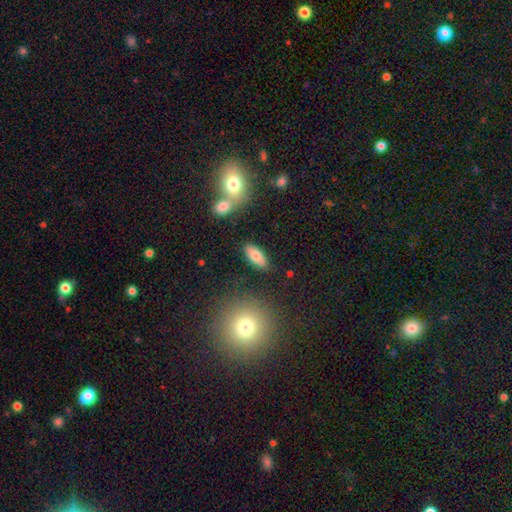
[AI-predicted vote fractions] smooth_or_featured: smooth (p=0.77) [alt: featured or disk p=0.15]
how_rounded: in between (p=0.85) [alt: cigar-shaped p=0.11]
merging: none (p=0.84) [alt: minor disturbance p=0.10]